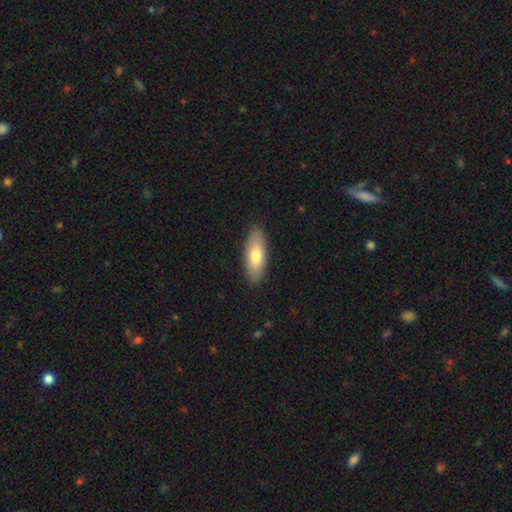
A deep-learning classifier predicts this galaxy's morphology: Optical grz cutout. It shows a smooth galaxy with no disk features (74%) that is in between round and cigar-shaped (76%). Merging: none (88%).